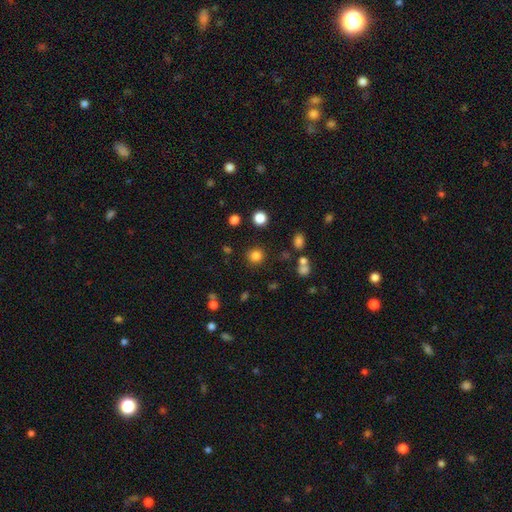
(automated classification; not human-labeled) Smooth or featured: smooth — 82% (star or artifact — 14%)
How rounded: round — 93% (in between — 6%)
Merging: none — 88% (minor disturbance — 6%)